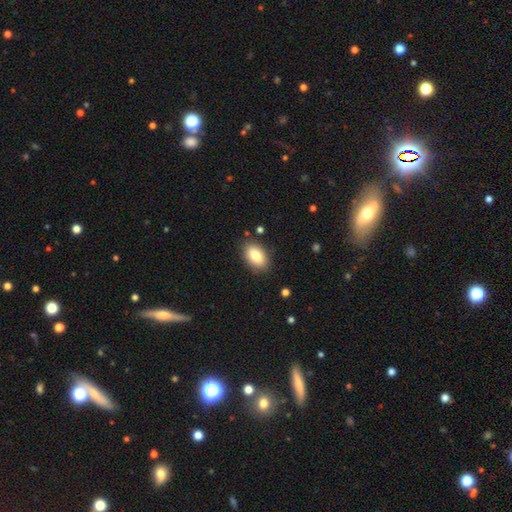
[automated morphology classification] smooth_or_featured: smooth (p=0.82) [alt: featured or disk p=0.11]
how_rounded: in between (p=0.90) [alt: round p=0.08]
merging: none (p=0.86) [alt: minor disturbance p=0.10]